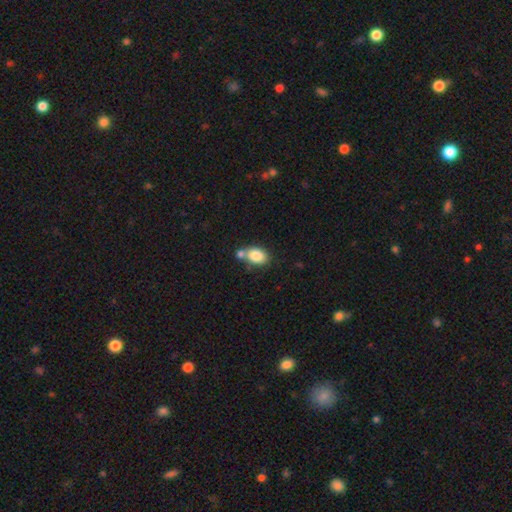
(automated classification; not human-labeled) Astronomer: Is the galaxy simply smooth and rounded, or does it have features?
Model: smooth — 83%.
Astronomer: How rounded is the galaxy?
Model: in between — 77%.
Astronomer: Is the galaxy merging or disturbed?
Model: none — 49% (runner-up: merger, 35%).